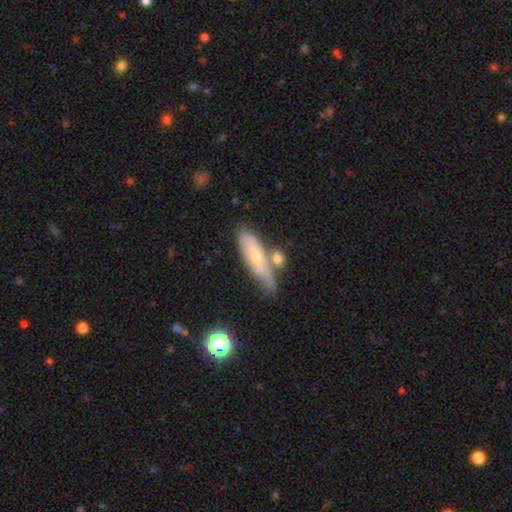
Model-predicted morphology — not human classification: smooth-or-featured: smooth: 54% | featured or disk: 38% | star or artifact: 8%
  how-rounded: cigar-shaped: 58% | in between: 40% | round: 3%
  merging: none: 53% | minor disturbance: 23% | merger: 17% | major disturbance: 7%